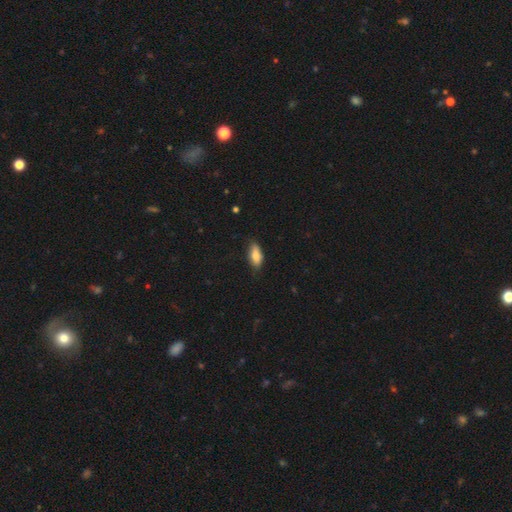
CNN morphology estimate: This appears to be a smooth galaxy with no disk features (78%) that is in between round and cigar-shaped (84%). Merging: none (78%).